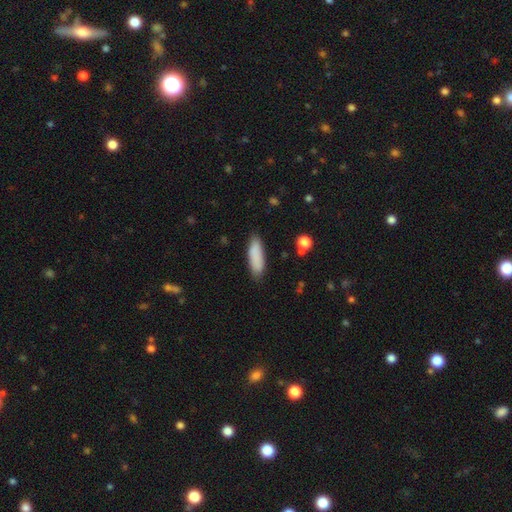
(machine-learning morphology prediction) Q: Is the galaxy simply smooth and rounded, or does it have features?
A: smooth — 87%.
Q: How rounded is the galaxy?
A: cigar-shaped — 51%.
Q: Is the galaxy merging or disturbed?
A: none — 84%.